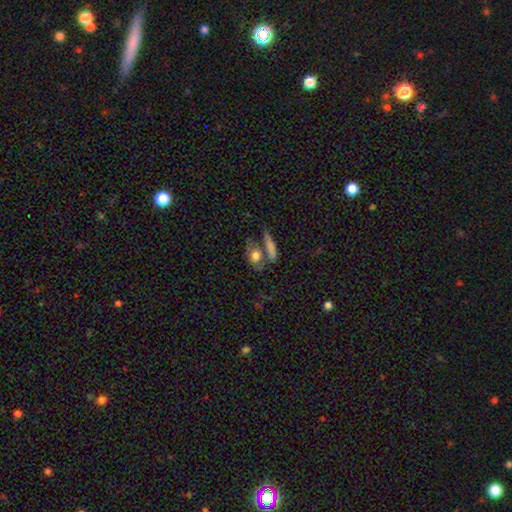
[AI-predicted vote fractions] smooth 72%, featured or disk 19%, star or artifact 10%. Down the decision tree: how rounded — in between (63%); merging — none (46%).